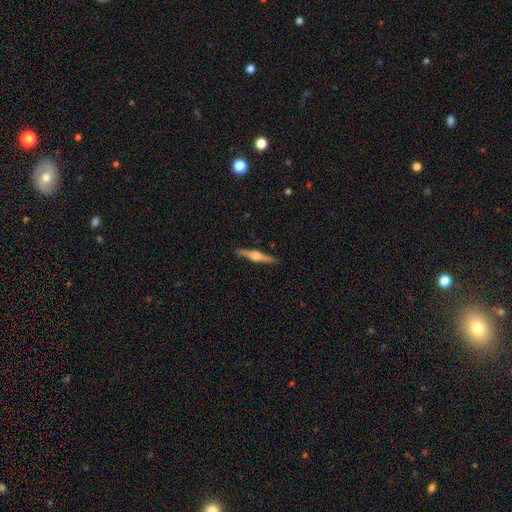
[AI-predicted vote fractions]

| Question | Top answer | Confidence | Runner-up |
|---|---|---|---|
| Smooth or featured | featured or disk | 72% | smooth (23%) |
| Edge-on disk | yes | 98% | no (2%) |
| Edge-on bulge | rounded | 90% | boxy (7%) |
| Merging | none | 90% | minor disturbance (8%) |